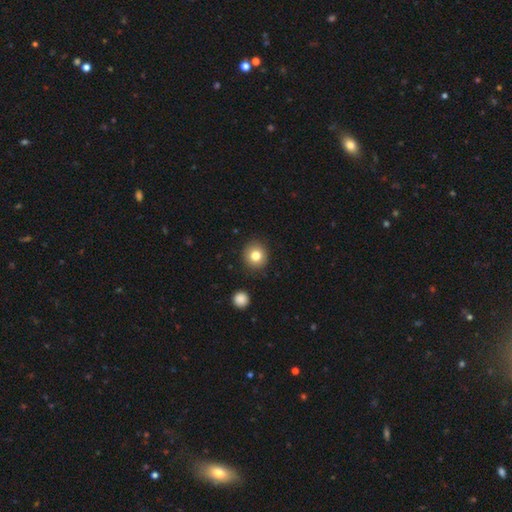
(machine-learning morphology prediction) This appears to be a smooth galaxy with no disk features (80%) that is round (90%). Merging: none (89%).